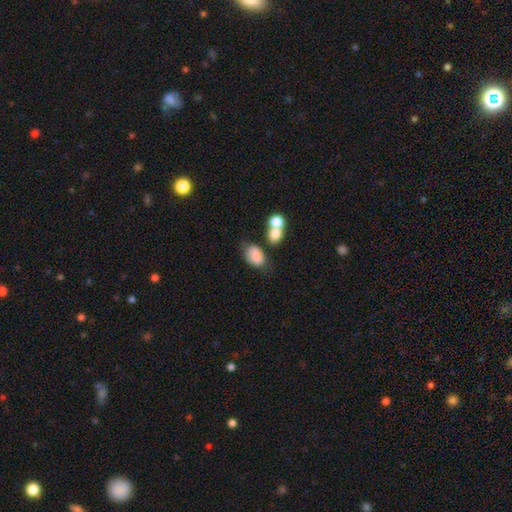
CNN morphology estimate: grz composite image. It shows a smooth galaxy with no disk features (82%) that is in between round and cigar-shaped (81%). Merging: none (51%).